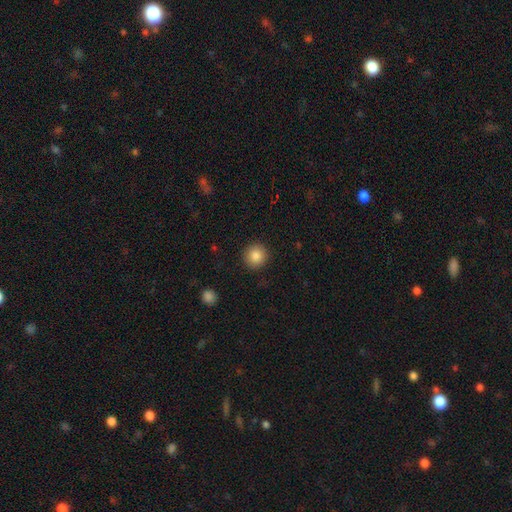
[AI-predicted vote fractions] Smooth or featured? Predicted: smooth (p=0.86). How rounded? Predicted: round (p=0.93). Merging? Predicted: none (p=0.91).